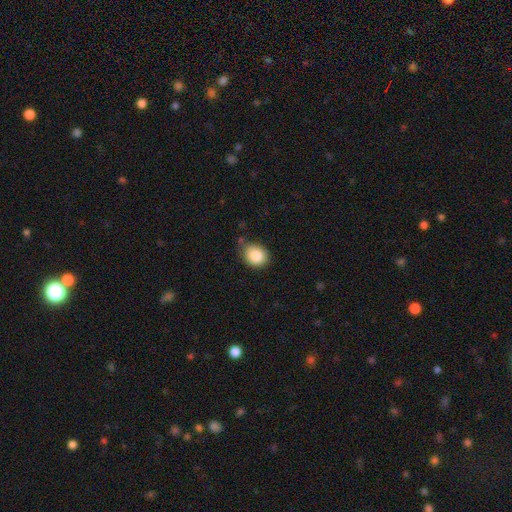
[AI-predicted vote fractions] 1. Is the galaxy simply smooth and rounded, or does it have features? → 87% smooth, 8% star or artifact, 5% featured or disk.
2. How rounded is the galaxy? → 66% round, 33% in between, 1% cigar-shaped.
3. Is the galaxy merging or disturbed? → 70% none, 22% minor disturbance, 4% major disturbance, 3% merger.